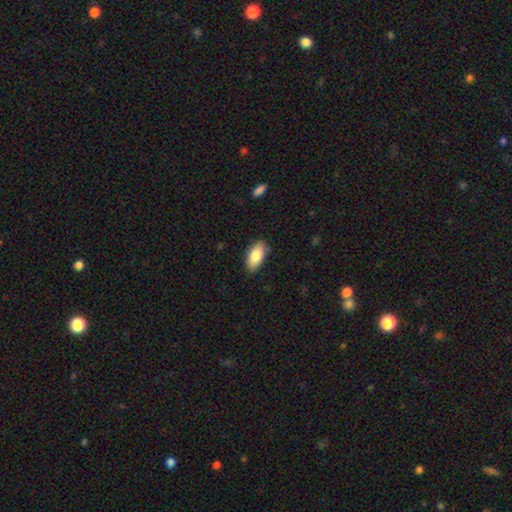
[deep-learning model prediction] Overall: smooth (83%). How rounded: in between (92%). Merging: none (84%).